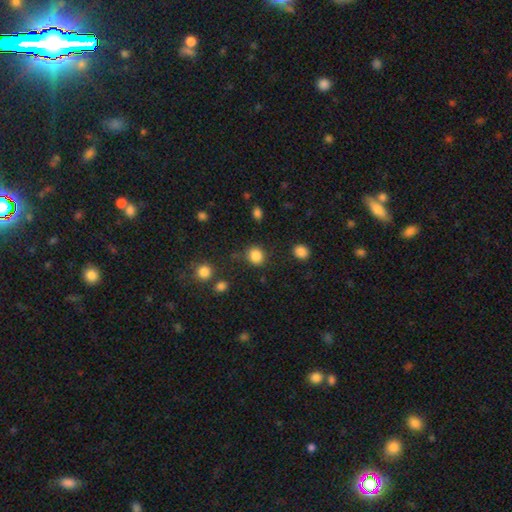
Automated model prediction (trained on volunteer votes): Morphology: type=smooth (85%); roundness=round (80%); merging=none (81%).